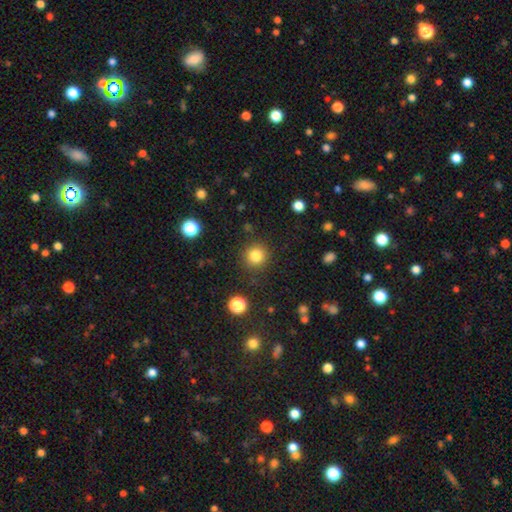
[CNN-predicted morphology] smooth-or-featured: smooth: 82% | star or artifact: 12% | featured or disk: 6%
  how-rounded: round: 93% | in between: 6% | cigar-shaped: 1%
  merging: none: 88% | minor disturbance: 7% | major disturbance: 3% | merger: 2%